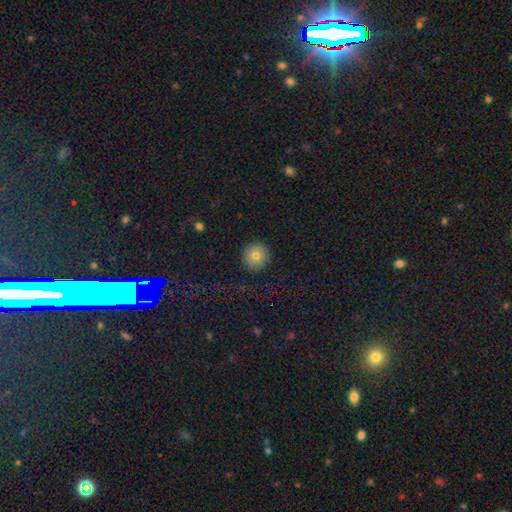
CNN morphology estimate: This is likely a smooth galaxy (79%). How rounded: clearly round (95%). Merging: clearly none (92%).